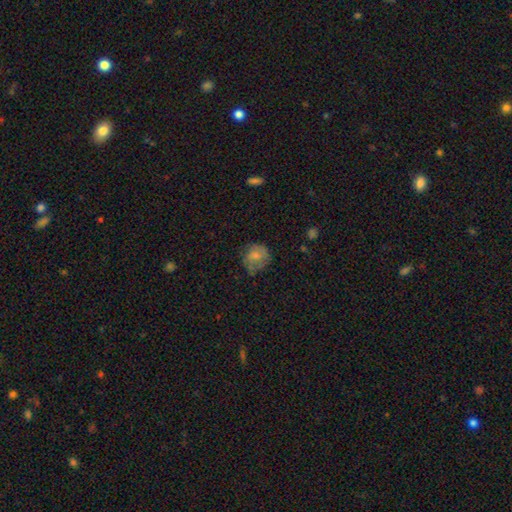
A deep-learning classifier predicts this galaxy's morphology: The model was most divided on "merging": none: 58%, minor disturbance: 27%, major disturbance: 12%, merger: 2%. More confident: how rounded — round (75%); smooth or featured — smooth (67%).